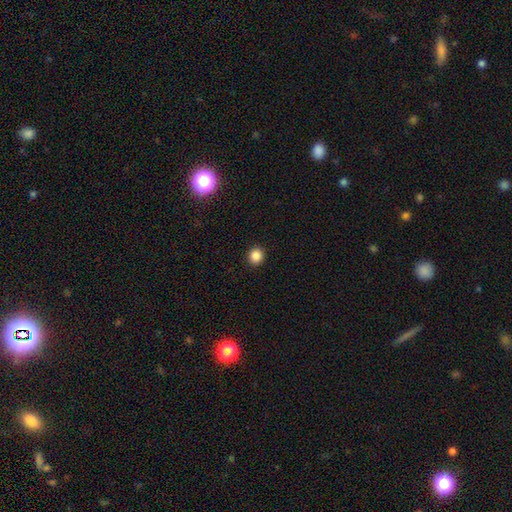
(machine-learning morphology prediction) A smooth galaxy with no disk features (85%) that is round (89%).

Vote fractions:
- Smooth or featured? smooth: 85% / star or artifact: 11% / featured or disk: 3%
- How rounded? round: 89% / in between: 10% / cigar-shaped: 1%
- Merging? none: 93% / minor disturbance: 5% / major disturbance: 2% / merger: 1%